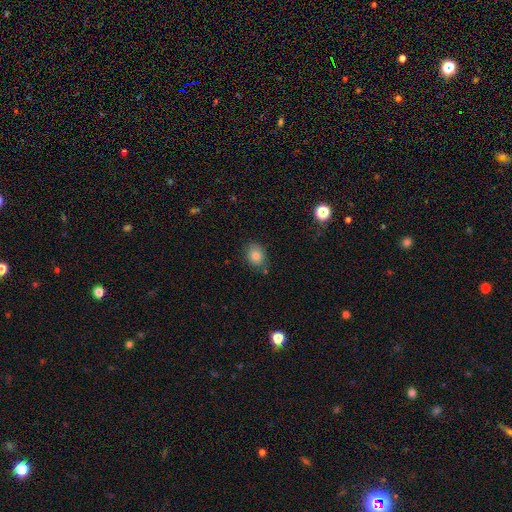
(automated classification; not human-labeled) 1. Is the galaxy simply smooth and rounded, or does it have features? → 80% smooth, 11% star or artifact, 9% featured or disk.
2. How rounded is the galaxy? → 51% round, 48% in between, 1% cigar-shaped.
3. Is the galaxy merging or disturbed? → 78% none, 15% minor disturbance, 4% merger, 3% major disturbance.